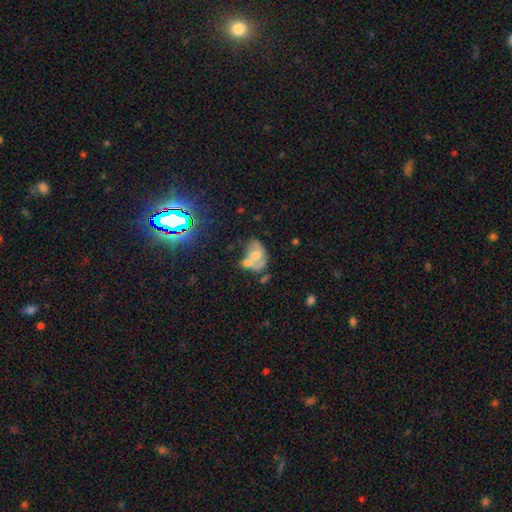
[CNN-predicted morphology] Smooth or featured?
  - featured or disk: 46% *
  - smooth: 43%
  - star or artifact: 11%
Merging?
  - merger: 46% *
  - none: 22%
  - minor disturbance: 17%
  - major disturbance: 14%